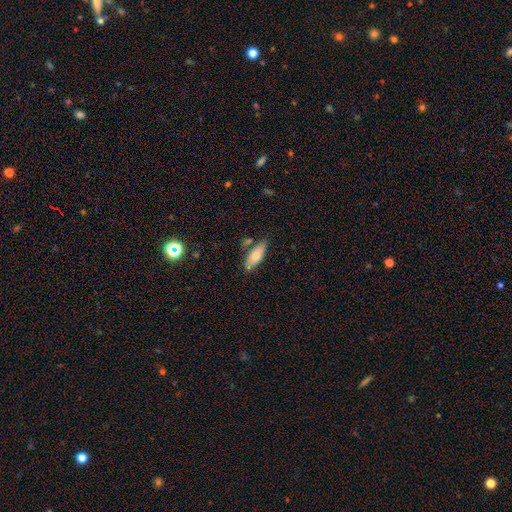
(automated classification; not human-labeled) Morphology: type=smooth (74%); roundness=in between (66%); merging=none (73%).